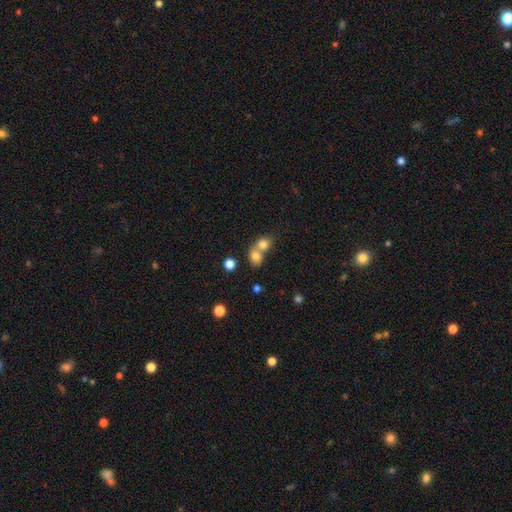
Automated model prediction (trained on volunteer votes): This appears to be a smooth galaxy with no disk features (77%) that is round (64%). Merging: merger (62%).